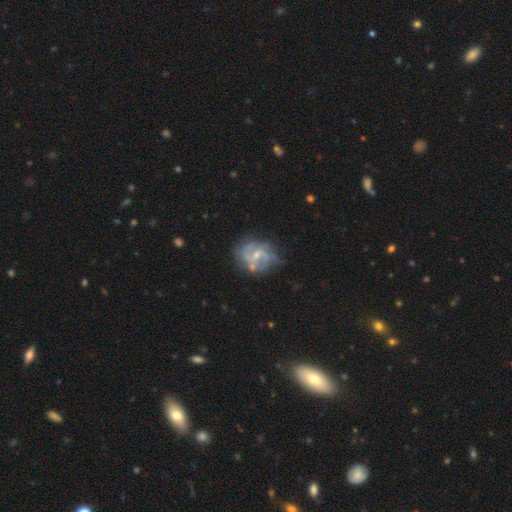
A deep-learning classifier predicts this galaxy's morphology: smooth-or-featured: featured or disk: 81% | smooth: 12% | star or artifact: 7%
  disk-edge-on: no: 98% | yes: 2%
    bar: weak: 52% | no: 34% | strong: 14%
    has-spiral-arms: yes: 88% | no: 12%
      spiral-winding: medium: 48% | loose: 29% | tight: 23%
      spiral-arm-count: 2: 66% | can't tell: 16% | 3: 9% | 1: 4% | 4: 2% | more than 4: 2%
    bulge-size: small: 57% | moderate: 36% | none: 5% | large: 1% | dominant: 1%
  merging: none: 56% | minor disturbance: 24% | major disturbance: 14% | merger: 6%